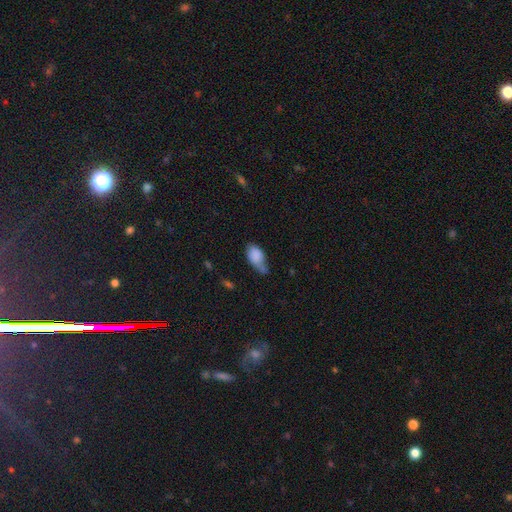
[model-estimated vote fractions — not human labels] Smooth or featured? smooth (79%)
How rounded? in between (90%)
Merging? minor disturbance (43%)